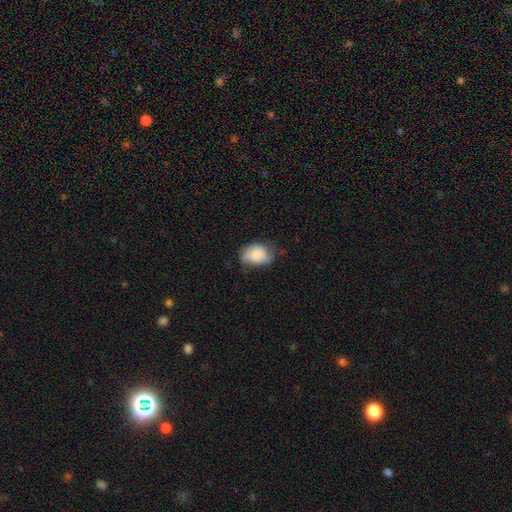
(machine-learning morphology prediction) smooth-or-featured: smooth: 71% | featured or disk: 21% | star or artifact: 8%
  how-rounded: in between: 69% | round: 30% | cigar-shaped: 1%
  merging: none: 42% | minor disturbance: 40% | major disturbance: 16% | merger: 2%